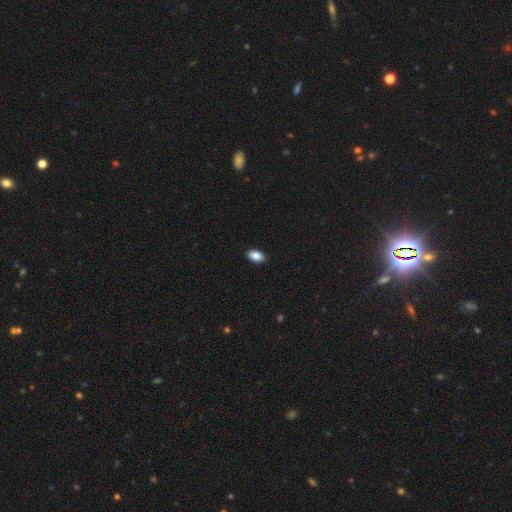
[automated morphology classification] Overall: smooth (88%). How rounded: in between (91%). Merging: none (90%).